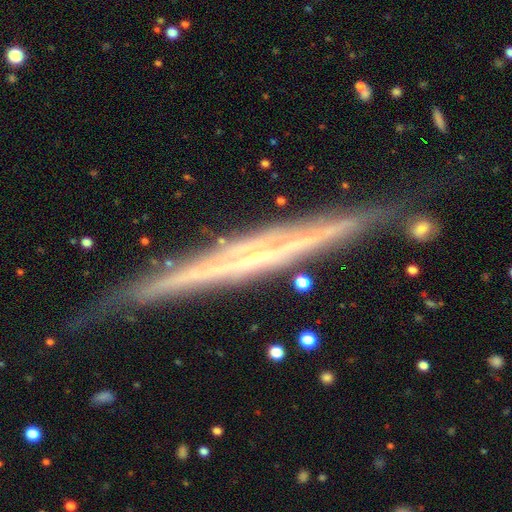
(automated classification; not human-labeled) Smooth or featured?
  - featured or disk: 83% *
  - smooth: 10%
  - star or artifact: 8%
Edge-on disk?
  - yes: 97% *
  - no: 3%
Edge-on bulge?
  - none: 52% *
  - rounded: 36%
  - boxy: 11%
Merging?
  - none: 84% *
  - minor disturbance: 12%
  - major disturbance: 2%
  - merger: 2%